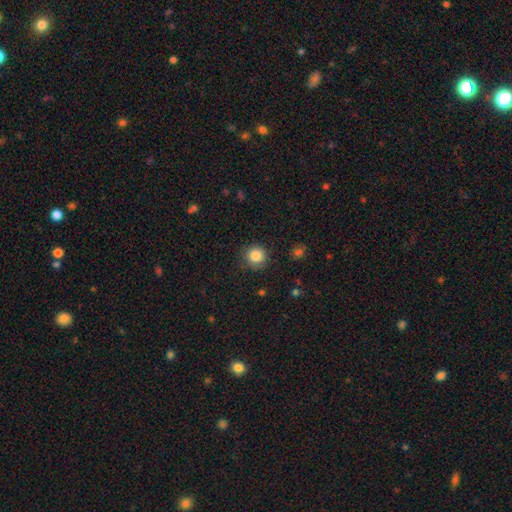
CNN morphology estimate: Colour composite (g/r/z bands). It shows a smooth galaxy with no disk features (86%) that is round (93%). Merging: none (86%).